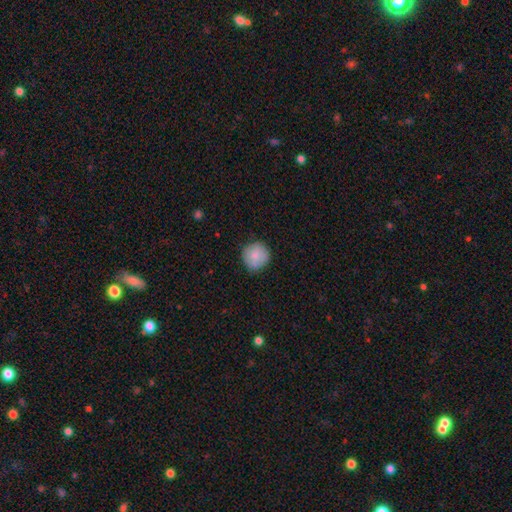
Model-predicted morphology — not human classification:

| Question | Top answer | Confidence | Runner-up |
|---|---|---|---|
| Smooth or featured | smooth | 82% | featured or disk (11%) |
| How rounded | round | 93% | in between (6%) |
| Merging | none | 83% | minor disturbance (14%) |